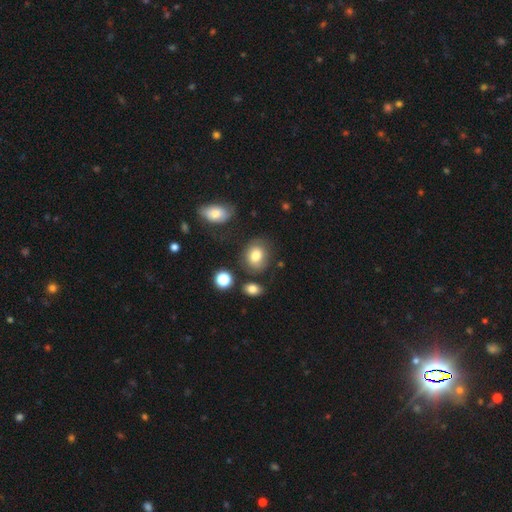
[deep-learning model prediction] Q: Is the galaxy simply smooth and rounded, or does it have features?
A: smooth — 77%.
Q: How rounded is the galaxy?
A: in between — 50%.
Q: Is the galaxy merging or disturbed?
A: none — 70%.